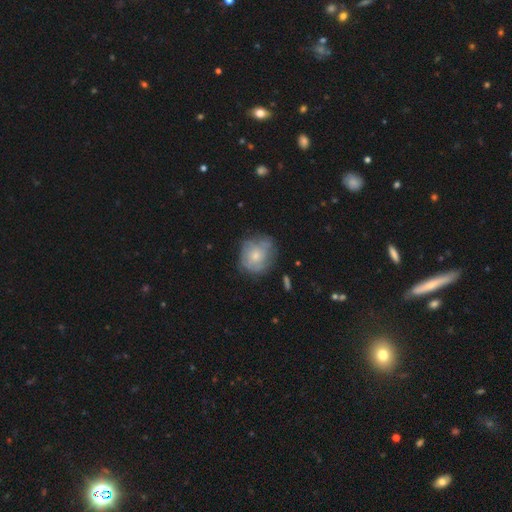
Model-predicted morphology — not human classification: A featured or disk galaxy (49%).

Vote fractions:
- Smooth or featured? featured or disk: 49% / smooth: 44% / star or artifact: 8%
- Merging? none: 61% / minor disturbance: 25% / major disturbance: 11% / merger: 3%